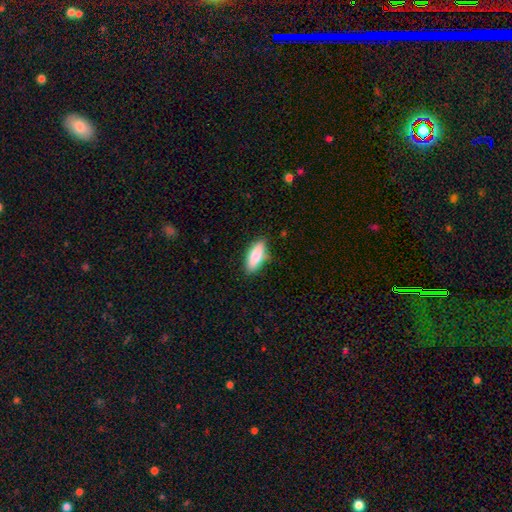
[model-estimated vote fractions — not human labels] smooth 79%, featured or disk 14%, star or artifact 6%. Down the decision tree: how rounded — in between (70%); merging — none (82%).